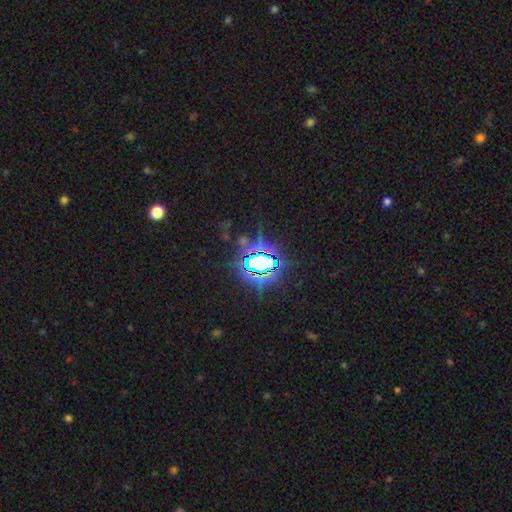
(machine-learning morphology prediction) Smooth or featured?
  - star or artifact: 80% *
  - smooth: 12%
  - featured or disk: 8%